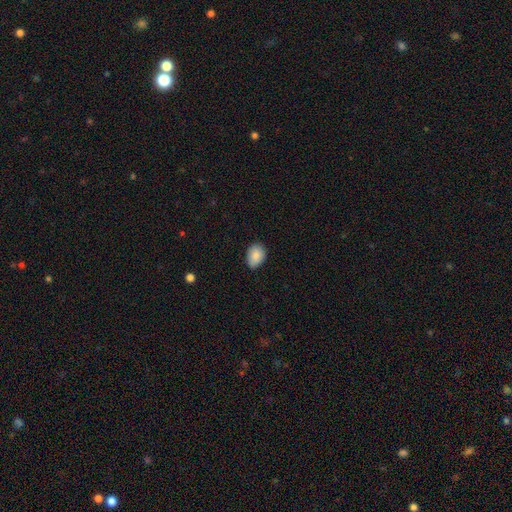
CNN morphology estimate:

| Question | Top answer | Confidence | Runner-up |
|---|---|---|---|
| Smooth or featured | smooth | 87% | star or artifact (7%) |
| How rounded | in between | 79% | round (20%) |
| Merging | none | 83% | minor disturbance (14%) |